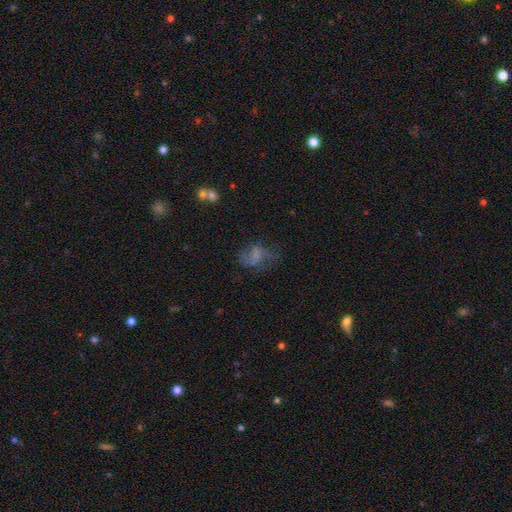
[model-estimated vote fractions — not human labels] This appears to be a smooth galaxy with no disk features (43%, tied with featured or disk). Merging: none (43%).